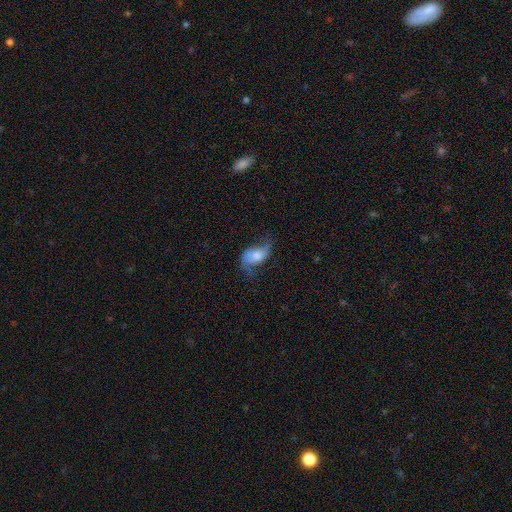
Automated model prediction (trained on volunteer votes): Smooth or featured? smooth (46%)
Merging? none (43%)